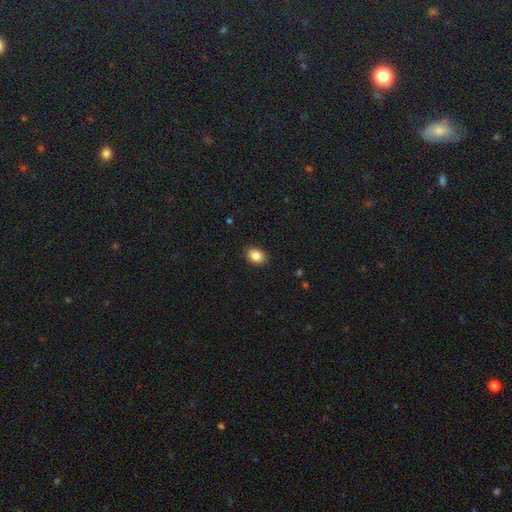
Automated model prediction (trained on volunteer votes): This is clearly a smooth galaxy (86%). How rounded: likely in between (68%). Merging: clearly none (90%).